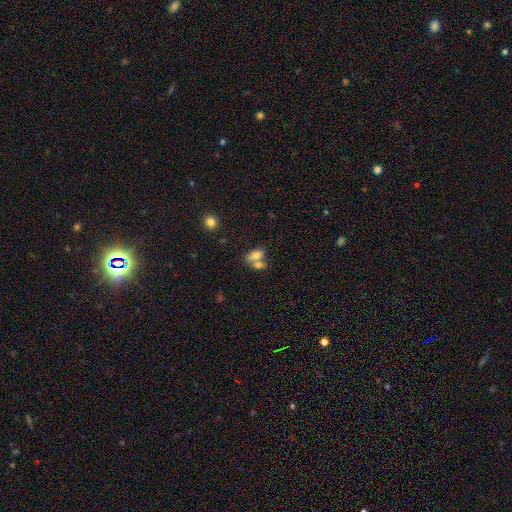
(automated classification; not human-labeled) This appears to be a smooth galaxy with no disk features (74%) that is in between round and cigar-shaped (85%). Merging: merger (55%).